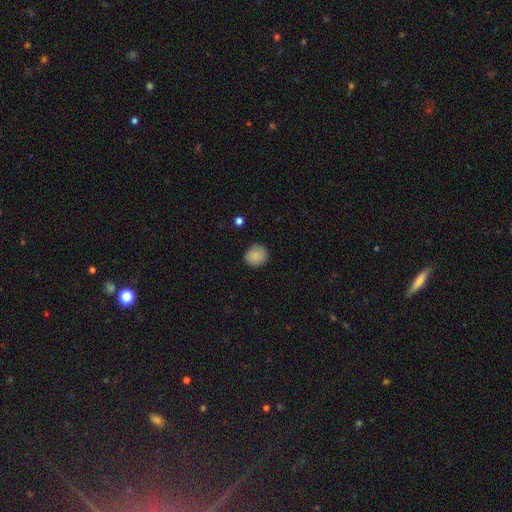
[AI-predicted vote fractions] Q: Smooth or featured?
A: smooth (87%); runner-up: star or artifact (8%)
Q: How rounded?
A: round (84%); runner-up: in between (15%)
Q: Merging?
A: none (88%); runner-up: minor disturbance (9%)